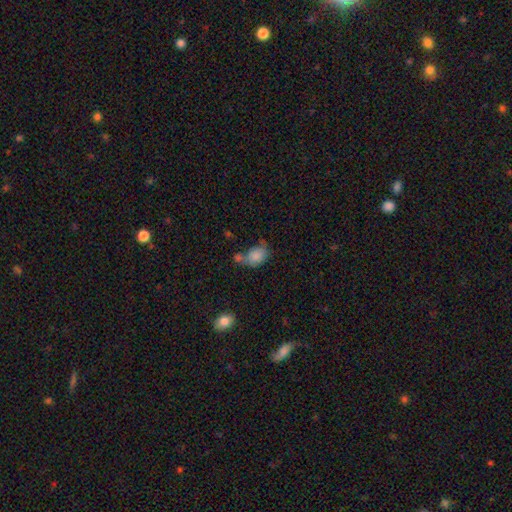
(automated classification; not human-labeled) A smooth galaxy with no disk features (80%) that is in between round and cigar-shaped (74%). Merging: merger (35%).